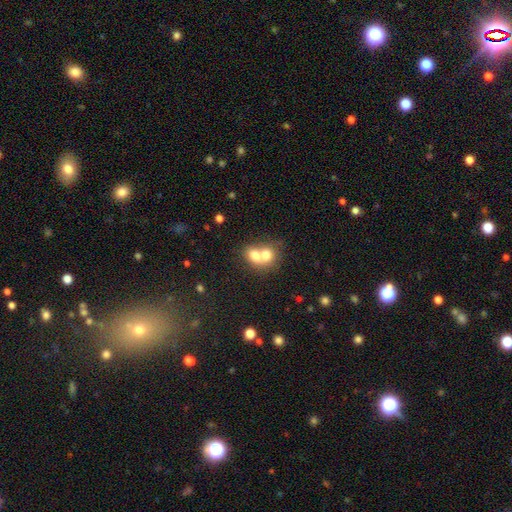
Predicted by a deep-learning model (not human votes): Smooth or featured: smooth — 70% (featured or disk — 21%)
How rounded: round — 51% (in between — 48%)
Merging: merger — 74% (none — 18%)